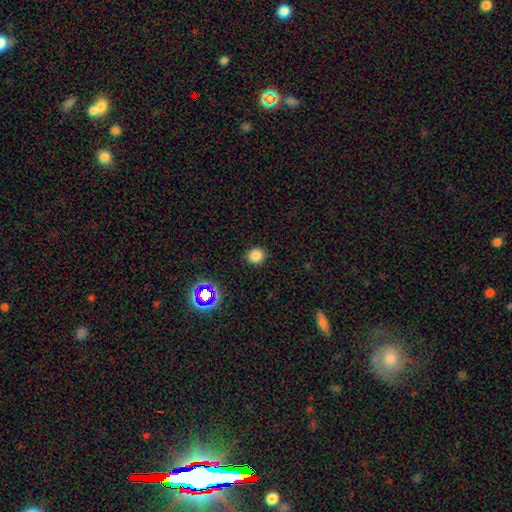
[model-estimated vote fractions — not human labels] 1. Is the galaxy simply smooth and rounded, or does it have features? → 81% smooth, 15% star or artifact, 4% featured or disk.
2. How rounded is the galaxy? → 87% round, 12% in between, 1% cigar-shaped.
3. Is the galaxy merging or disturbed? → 90% none, 7% minor disturbance, 2% major disturbance, 1% merger.